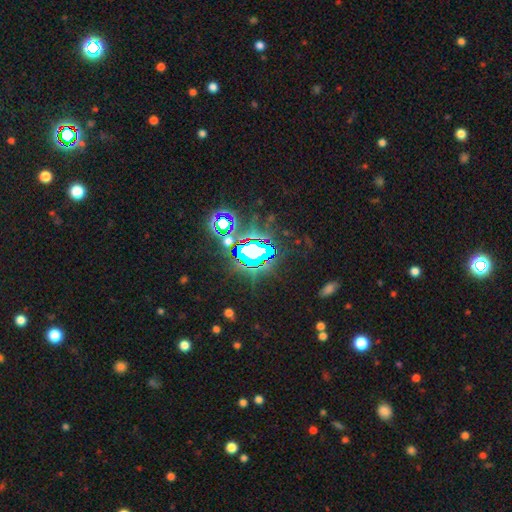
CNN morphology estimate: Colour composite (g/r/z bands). It shows a star or artifact, not a galaxy (79%).